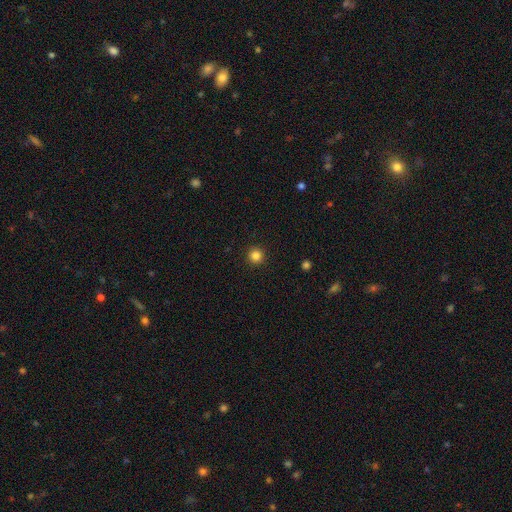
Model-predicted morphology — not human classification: This is clearly a smooth galaxy (84%). How rounded: clearly round (96%). Merging: clearly none (93%).